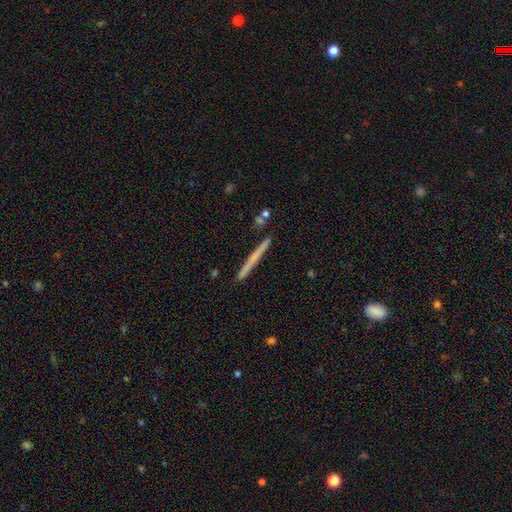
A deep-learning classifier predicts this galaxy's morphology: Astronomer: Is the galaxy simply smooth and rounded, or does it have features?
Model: featured or disk — 49% (runner-up: smooth, 45%).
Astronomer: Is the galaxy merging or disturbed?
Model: none — 89%.